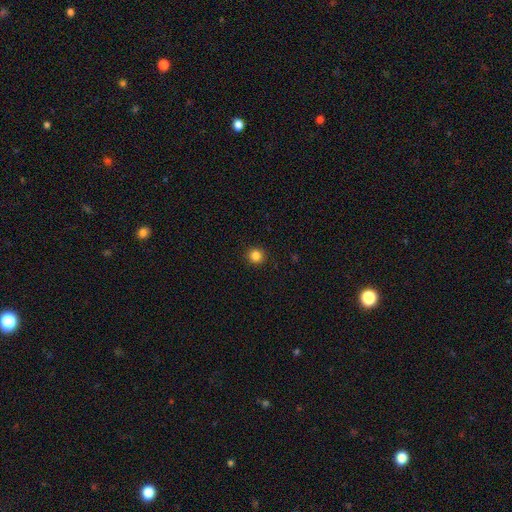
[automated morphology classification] The model was most divided on "smooth or featured": smooth: 84%, star or artifact: 12%, featured or disk: 4%. More confident: how rounded — round (95%); merging — none (93%).